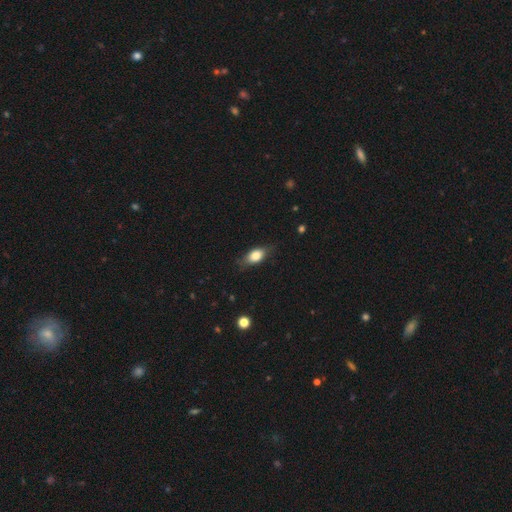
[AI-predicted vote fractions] Smooth or featured? smooth (76%)
How rounded? in between (82%)
Merging? none (75%)